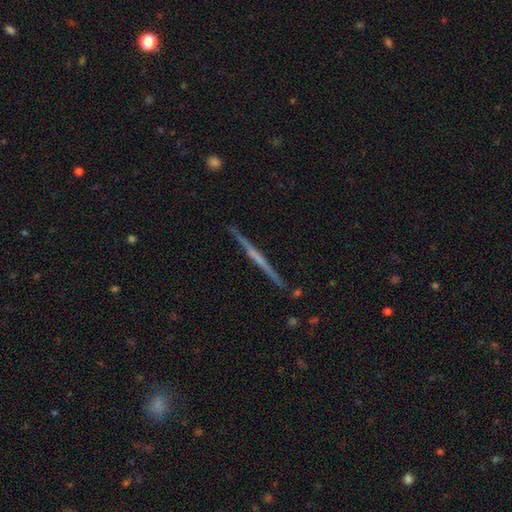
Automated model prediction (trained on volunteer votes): Q: Smooth or featured?
A: featured or disk (73%); runner-up: smooth (20%)
Q: Edge-on disk?
A: yes (98%); runner-up: no (2%)
Q: Edge-on bulge?
A: none (53%); runner-up: rounded (38%)
Q: Merging?
A: none (91%); runner-up: minor disturbance (6%)